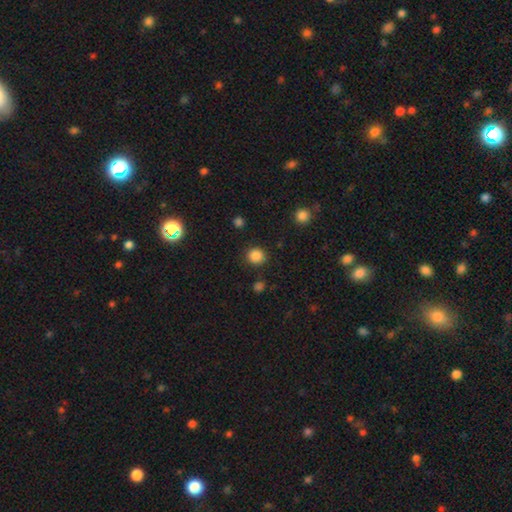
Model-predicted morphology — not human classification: smooth-or-featured: smooth: 85% | star or artifact: 11% | featured or disk: 4%
  how-rounded: round: 85% | in between: 14% | cigar-shaped: 1%
  merging: none: 89% | minor disturbance: 7% | major disturbance: 3% | merger: 2%